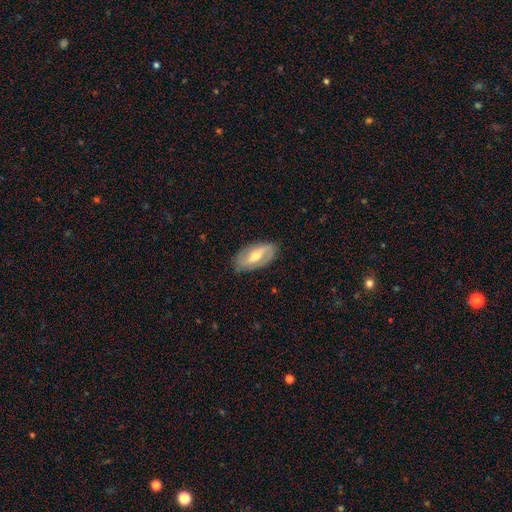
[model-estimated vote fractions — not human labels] featured or disk 68%, smooth 26%, star or artifact 6%. Down the decision tree: edge-on disk — no (89%); bar — weak (41%); spiral arms — yes (76%); bulge size — moderate (70%); merging — none (82%).